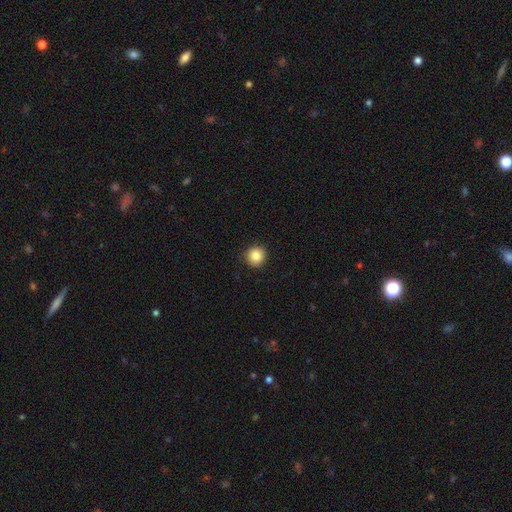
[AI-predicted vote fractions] A smooth galaxy with no disk features (86%) that is round (93%).

Vote fractions:
- Smooth or featured? smooth: 86% / star or artifact: 9% / featured or disk: 5%
- How rounded? round: 93% / in between: 6% / cigar-shaped: 1%
- Merging? none: 92% / minor disturbance: 6% / major disturbance: 2% / merger: 1%